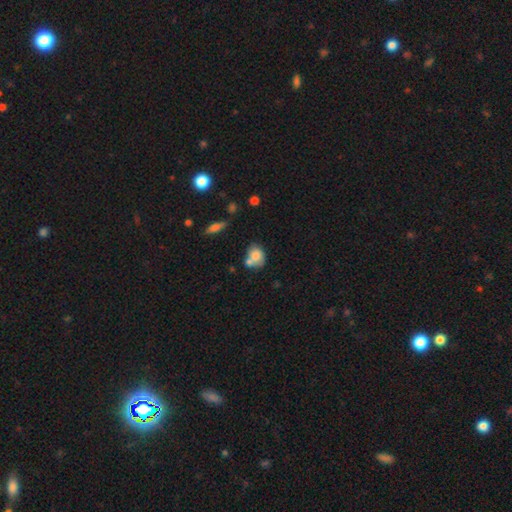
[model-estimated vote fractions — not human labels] Smooth or featured?
  - smooth: 76% *
  - featured or disk: 16%
  - star or artifact: 9%
How rounded?
  - round: 51% *
  - in between: 48%
  - cigar-shaped: 1%
Merging?
  - none: 43% *
  - merger: 34%
  - minor disturbance: 17%
  - major disturbance: 5%